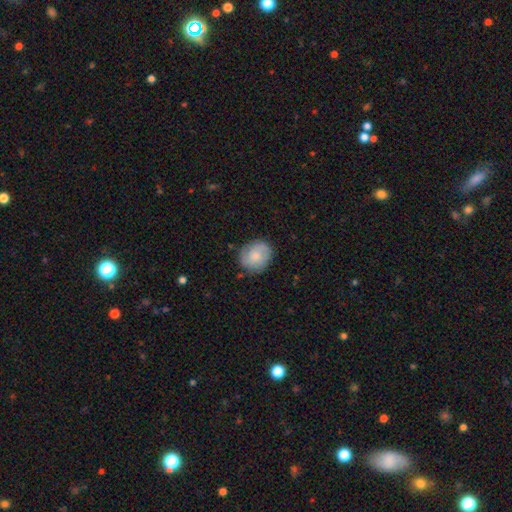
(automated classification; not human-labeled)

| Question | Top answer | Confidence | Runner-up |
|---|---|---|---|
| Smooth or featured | smooth | 59% | featured or disk (34%) |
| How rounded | round | 71% | in between (28%) |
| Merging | none | 77% | minor disturbance (17%) |